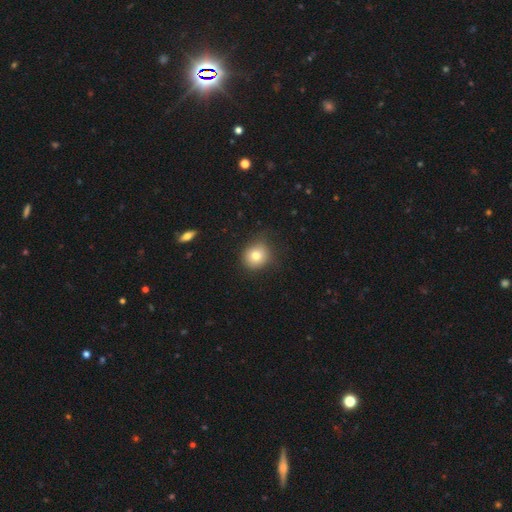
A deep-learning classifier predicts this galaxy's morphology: A smooth galaxy with no disk features (77%) that is round (84%). Merging: none (76%).